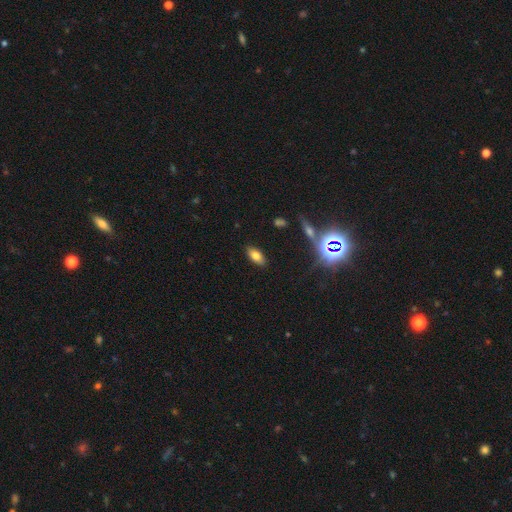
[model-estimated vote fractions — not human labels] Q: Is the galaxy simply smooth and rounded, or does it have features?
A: smooth — 74%.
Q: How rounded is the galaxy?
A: in between — 88%.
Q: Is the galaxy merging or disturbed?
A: none — 88%.